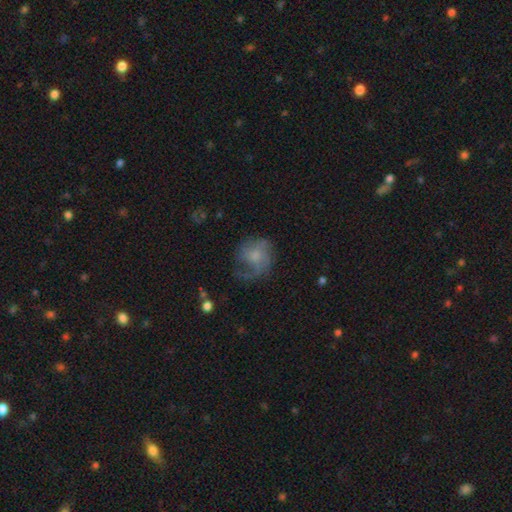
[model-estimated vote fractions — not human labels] Q: Smooth or featured?
A: featured or disk (53%); runner-up: smooth (37%)
Q: Edge-on disk?
A: no (98%); runner-up: yes (2%)
Q: Bar?
A: no (75%); runner-up: weak (22%)
Q: Spiral arms?
A: yes (79%); runner-up: no (21%)
Q: Bulge size?
A: small (50%); runner-up: moderate (30%)
Q: Merging?
A: none (47%); runner-up: major disturbance (30%)